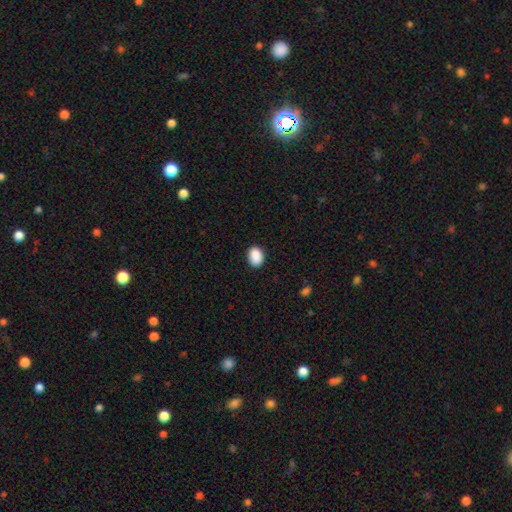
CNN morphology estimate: A smooth galaxy with no disk features (89%) that is in between round and cigar-shaped (75%).

Vote fractions:
- Smooth or featured? smooth: 89% / star or artifact: 8% / featured or disk: 3%
- How rounded? in between: 75% / round: 24% / cigar-shaped: 1%
- Merging? none: 85% / minor disturbance: 11% / major disturbance: 2% / merger: 1%